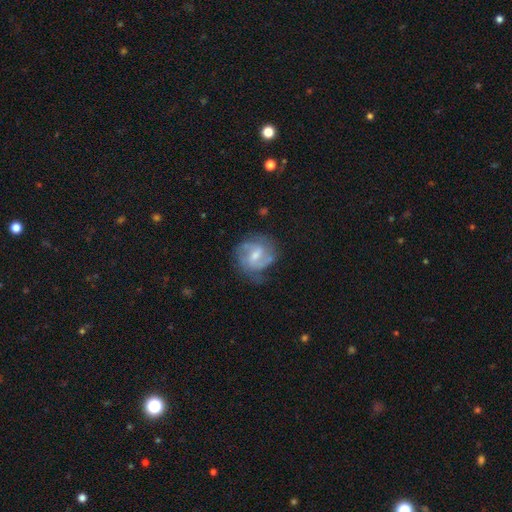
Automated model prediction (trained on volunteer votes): Smooth or featured? Predicted: featured or disk (p=0.75). Edge-on disk? Predicted: no (p=0.98). Bar? Predicted: weak (p=0.61). Spiral arms? Predicted: yes (p=0.91). Spiral winding? Predicted: medium (p=0.49). Spiral arm count? Predicted: 2 (p=0.68). Bulge size? Predicted: moderate (p=0.51). Merging? Predicted: none (p=0.62).